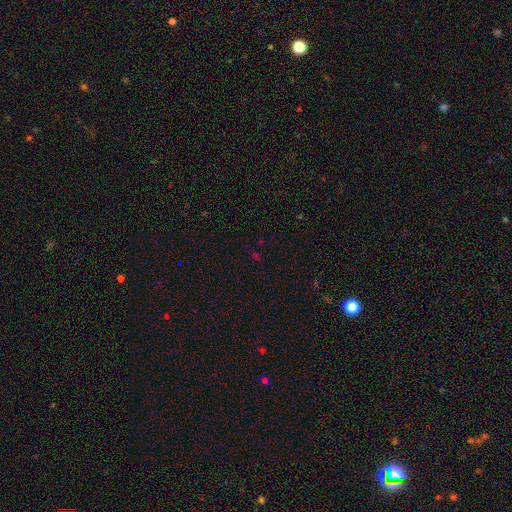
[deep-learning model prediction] A star or artifact, not a galaxy (64%).

Vote fractions:
- Smooth or featured? star or artifact: 64% / smooth: 27% / featured or disk: 9%